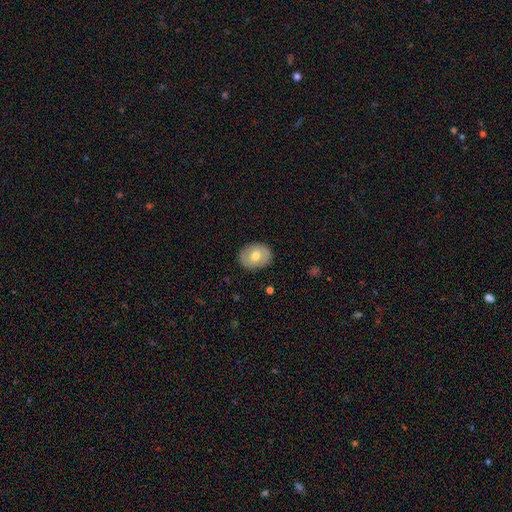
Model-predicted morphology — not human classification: Overall: smooth (62%; featured or disk 31%). How rounded: in between (53%; round 46%). Merging: none (86%).